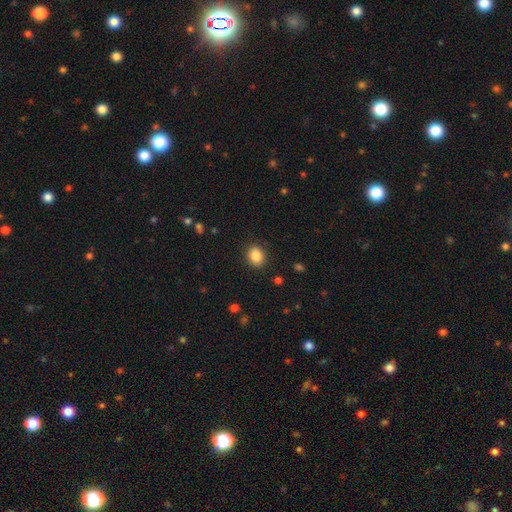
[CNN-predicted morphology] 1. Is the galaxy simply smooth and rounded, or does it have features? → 86% smooth, 9% star or artifact, 5% featured or disk.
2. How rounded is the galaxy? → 58% in between, 41% round, 1% cigar-shaped.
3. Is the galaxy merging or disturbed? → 88% none, 8% minor disturbance, 2% major disturbance, 1% merger.